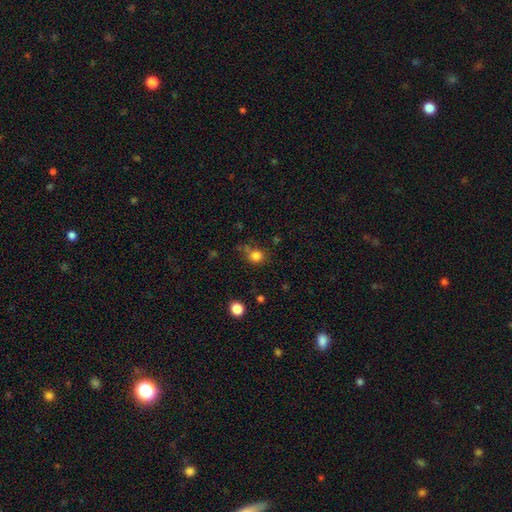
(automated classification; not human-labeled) Q: Smooth or featured?
A: smooth (81%); runner-up: star or artifact (13%)
Q: How rounded?
A: round (82%); runner-up: in between (17%)
Q: Merging?
A: none (68%); runner-up: minor disturbance (17%)